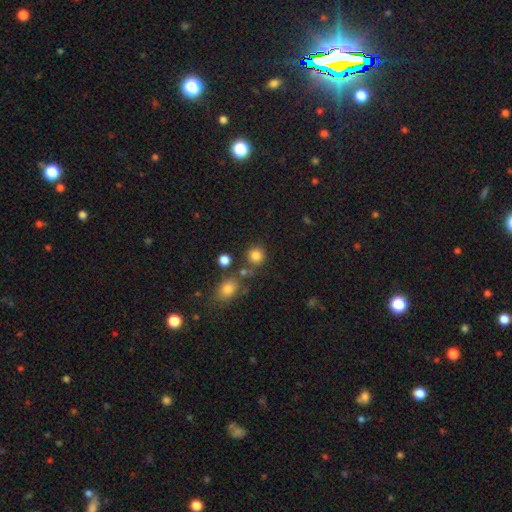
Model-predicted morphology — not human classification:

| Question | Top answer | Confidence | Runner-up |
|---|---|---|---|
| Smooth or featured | smooth | 82% | star or artifact (12%) |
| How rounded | round | 88% | in between (11%) |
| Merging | none | 76% | merger (10%) |